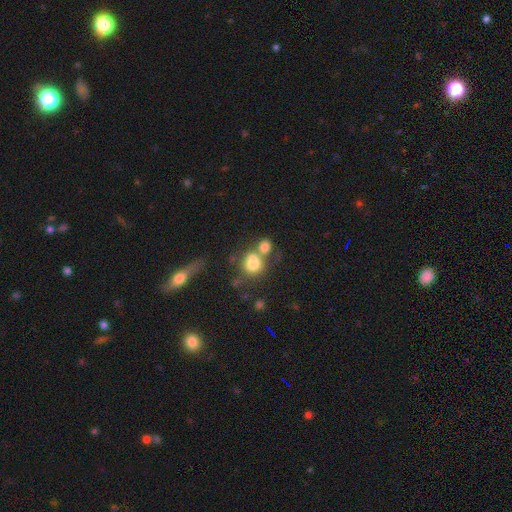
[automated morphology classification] This appears to be a smooth galaxy with no disk features (67%) that is round (71%). Merging: none (49%).